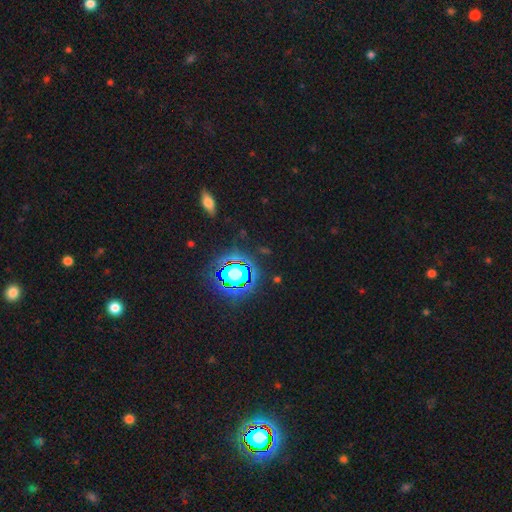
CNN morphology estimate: smooth_or_featured: star or artifact (p=0.79) [alt: smooth p=0.13]